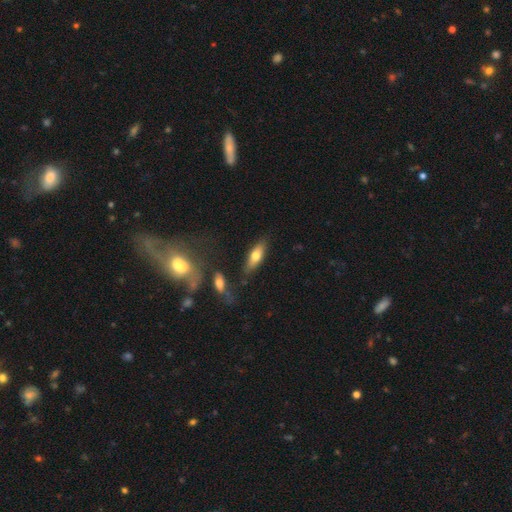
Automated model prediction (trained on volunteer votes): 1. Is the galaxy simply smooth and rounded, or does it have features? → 65% smooth, 28% featured or disk, 7% star or artifact.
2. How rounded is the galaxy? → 59% in between, 38% cigar-shaped, 3% round.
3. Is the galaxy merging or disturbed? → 79% none, 14% minor disturbance, 4% merger, 4% major disturbance.